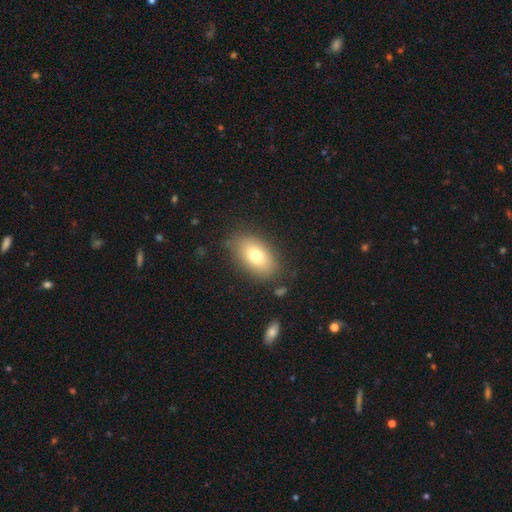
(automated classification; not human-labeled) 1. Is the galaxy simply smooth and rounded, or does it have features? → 75% smooth, 16% featured or disk, 9% star or artifact.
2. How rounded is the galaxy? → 90% in between, 8% round, 2% cigar-shaped.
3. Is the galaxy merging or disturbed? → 81% none, 13% minor disturbance, 4% major disturbance, 2% merger.